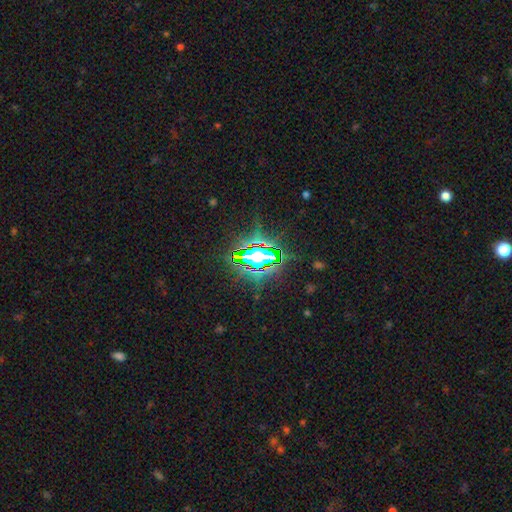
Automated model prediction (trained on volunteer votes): A star or artifact, not a galaxy (84%).